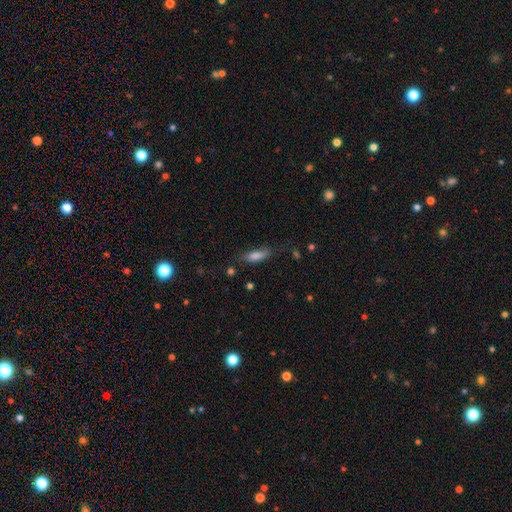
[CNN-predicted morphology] The model was most divided on "how rounded": in between: 55%, cigar-shaped: 43%, round: 3%. More confident: smooth or featured — smooth (77%); merging — none (67%).